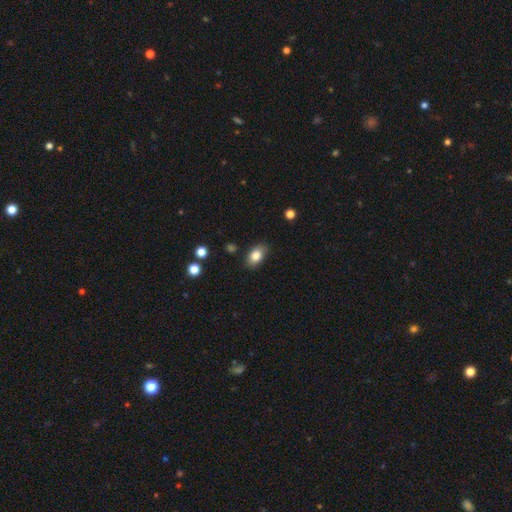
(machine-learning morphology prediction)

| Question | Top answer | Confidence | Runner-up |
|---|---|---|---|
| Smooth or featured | smooth | 82% | featured or disk (10%) |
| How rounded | in between | 87% | round (11%) |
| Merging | none | 85% | minor disturbance (11%) |